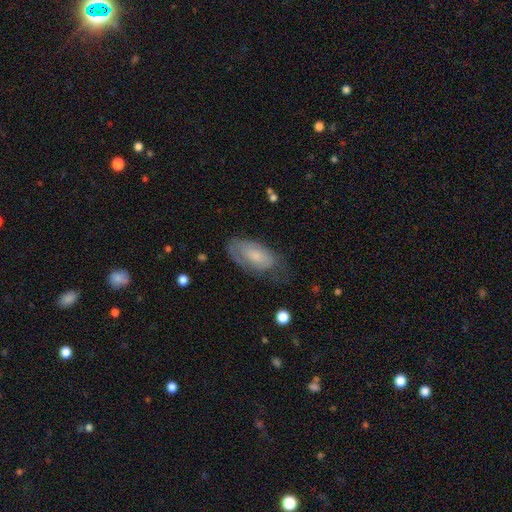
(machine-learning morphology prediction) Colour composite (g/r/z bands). It shows a smooth galaxy with no disk features (55%) that is in between round and cigar-shaped (91%). Merging: none (51%).